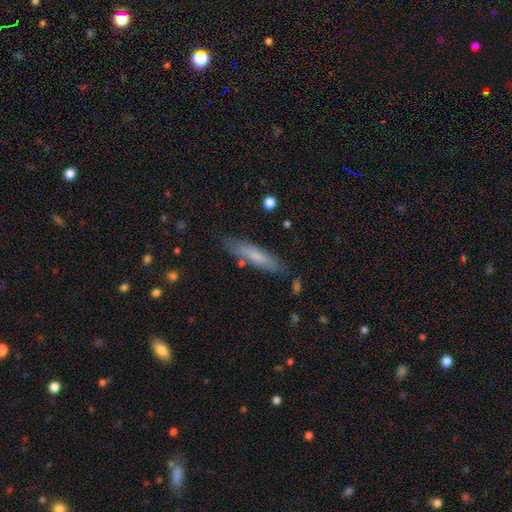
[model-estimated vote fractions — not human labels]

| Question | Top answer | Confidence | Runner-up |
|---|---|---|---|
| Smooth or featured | smooth | 67% | featured or disk (27%) |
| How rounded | cigar-shaped | 81% | in between (18%) |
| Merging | none | 79% | minor disturbance (14%) |